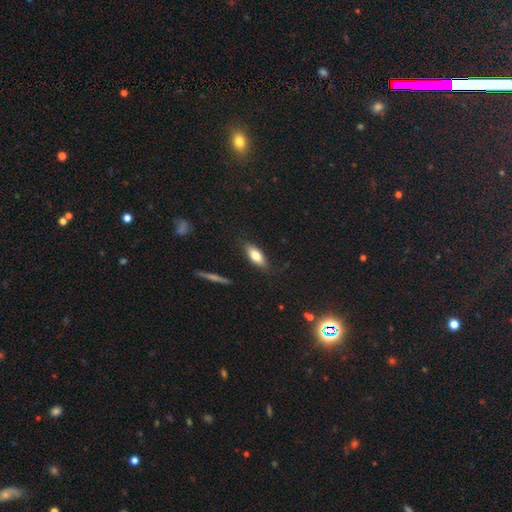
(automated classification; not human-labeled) Q: Smooth or featured?
A: smooth (79%); runner-up: featured or disk (14%)
Q: How rounded?
A: in between (80%); runner-up: cigar-shaped (18%)
Q: Merging?
A: none (84%); runner-up: minor disturbance (12%)